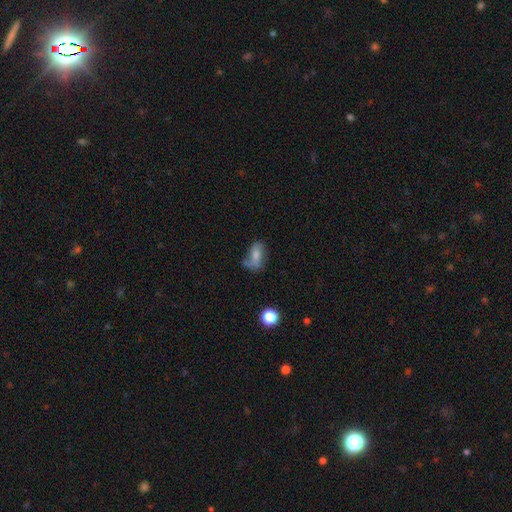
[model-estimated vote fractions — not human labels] Smooth or featured? smooth (58%)
How rounded? in between (85%)
Merging? none (41%)